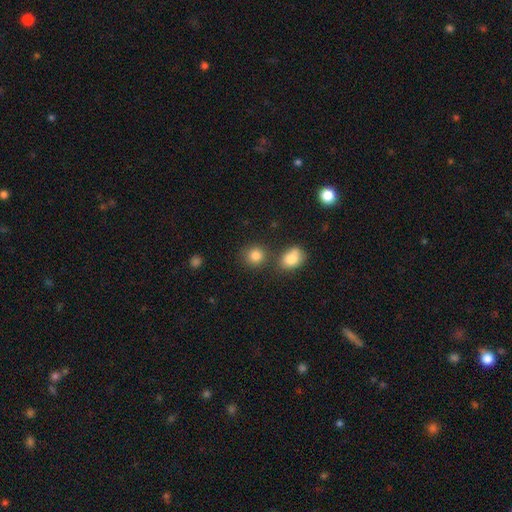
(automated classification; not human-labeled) smooth 83%, star or artifact 11%, featured or disk 6%. Down the decision tree: how rounded — round (83%); merging — none (74%).